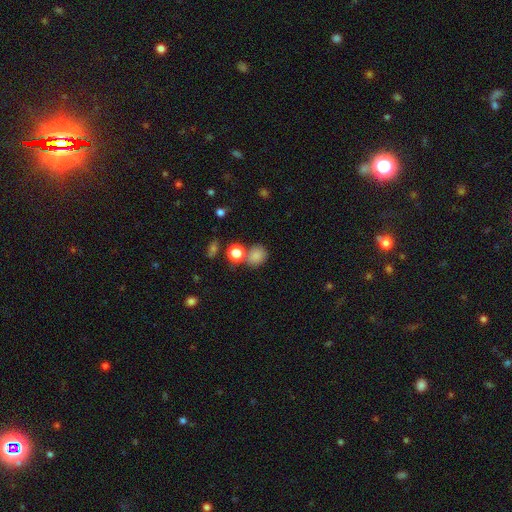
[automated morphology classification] This appears to be a smooth galaxy with no disk features (82%) that is round (66%). Merging: none (64%).